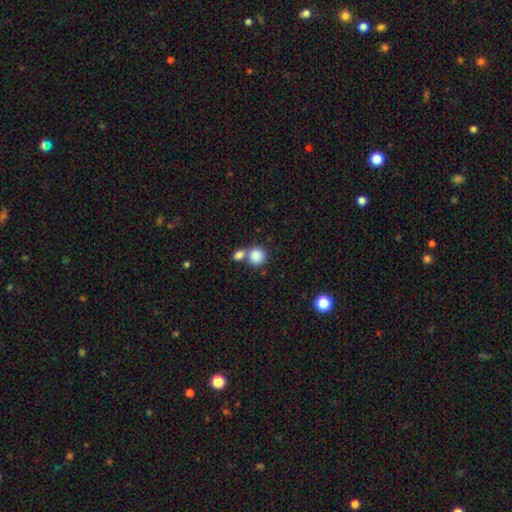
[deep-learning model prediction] Overall: smooth (86%). How rounded: round (85%). Merging: none (45%; merger 44%).